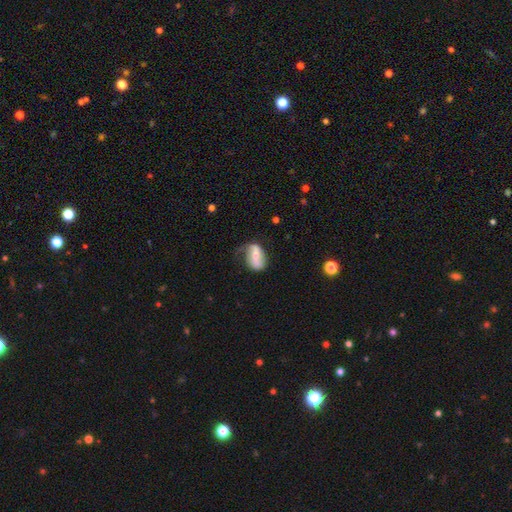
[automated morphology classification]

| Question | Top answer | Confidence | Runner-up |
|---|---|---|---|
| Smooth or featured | featured or disk | 60% | smooth (33%) |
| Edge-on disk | no | 95% | yes (5%) |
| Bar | strong | 43% | weak (33%) |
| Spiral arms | yes | 81% | no (19%) |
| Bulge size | small | 42% | moderate (39%) |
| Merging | none | 46% | minor disturbance (32%) |